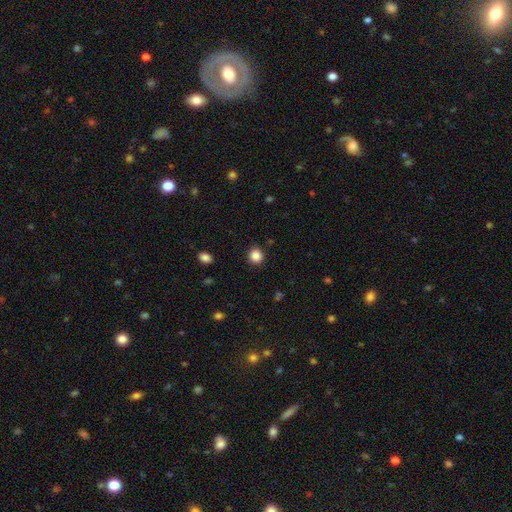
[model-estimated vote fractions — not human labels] Smooth or featured: smooth — 86% (star or artifact — 11%)
How rounded: round — 85% (in between — 14%)
Merging: none — 89% (minor disturbance — 8%)